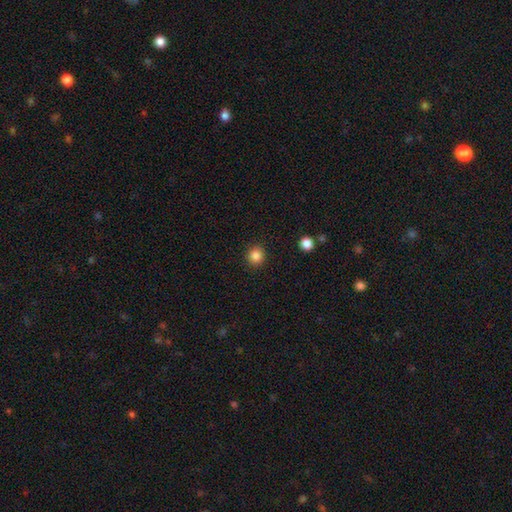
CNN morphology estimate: This appears to be a smooth galaxy with no disk features (86%) that is round (90%). Merging: none (91%).